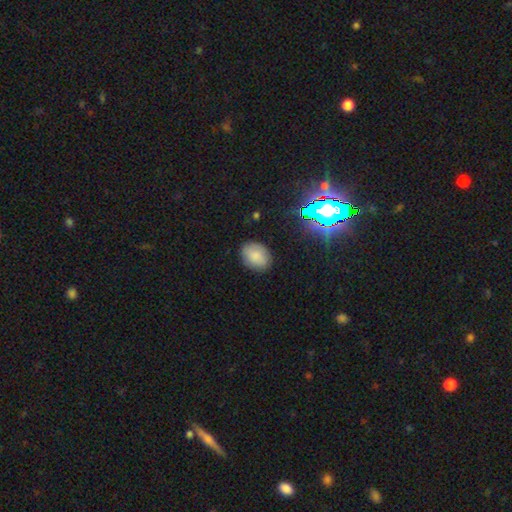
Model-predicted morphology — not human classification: A smooth galaxy with no disk features (83%) that is in between round and cigar-shaped (67%). Merging: none (84%).